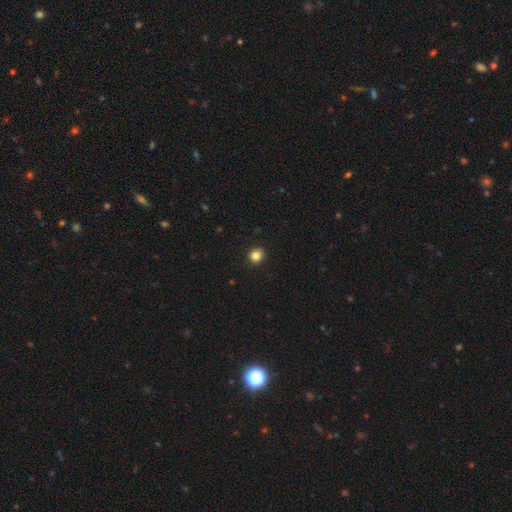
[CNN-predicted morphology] Smooth or featured? Predicted: smooth (p=0.84). How rounded? Predicted: round (p=0.89). Merging? Predicted: none (p=0.93).